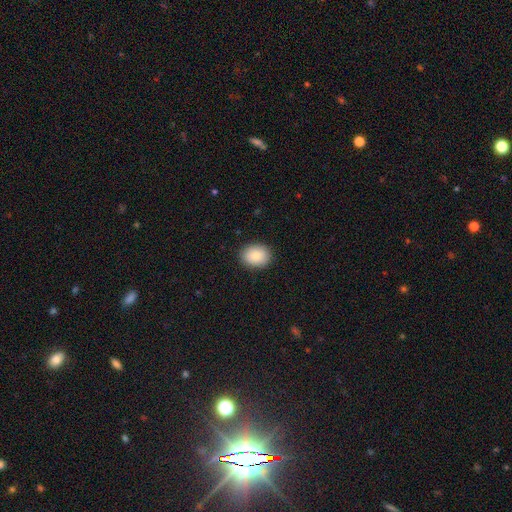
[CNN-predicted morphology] This appears to be a smooth galaxy with no disk features (86%) that is in between round and cigar-shaped (54%). Merging: none (89%).